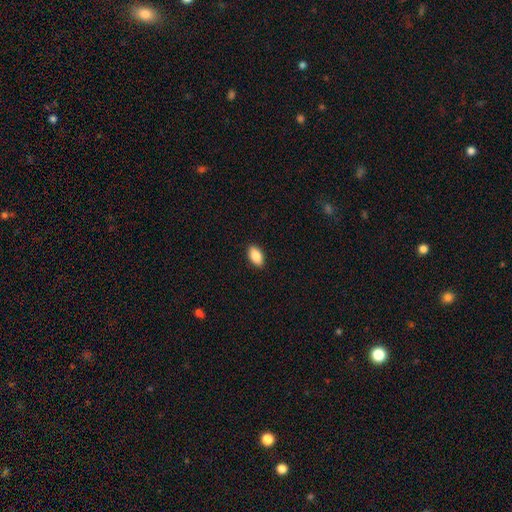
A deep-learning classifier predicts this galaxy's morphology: Overall: smooth (87%). How rounded: in between (93%). Merging: none (90%).